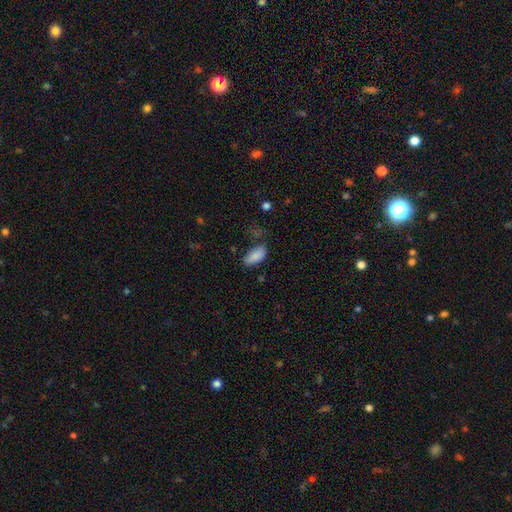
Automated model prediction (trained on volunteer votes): Smooth or featured?
  - smooth: 87% *
  - star or artifact: 7%
  - featured or disk: 6%
How rounded?
  - in between: 91% *
  - cigar-shaped: 6%
  - round: 2%
Merging?
  - none: 69% *
  - minor disturbance: 21%
  - major disturbance: 6%
  - merger: 4%